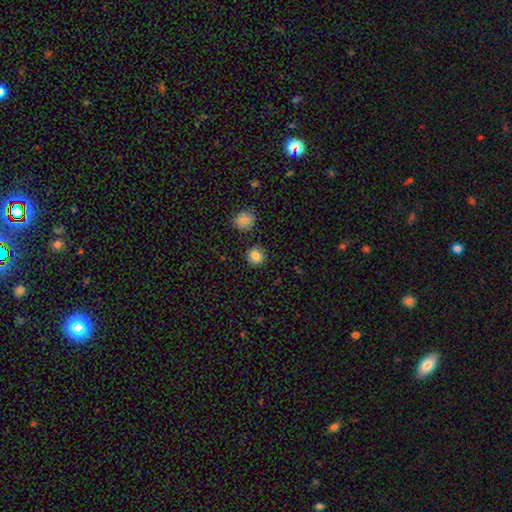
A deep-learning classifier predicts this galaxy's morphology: Overall: smooth (85%). How rounded: round (90%). Merging: none (89%).